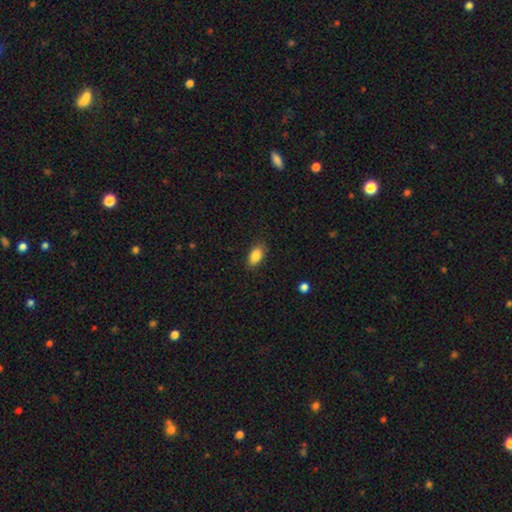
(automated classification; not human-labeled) smooth 87%, star or artifact 8%, featured or disk 6%. Down the decision tree: how rounded — in between (90%); merging — none (85%).